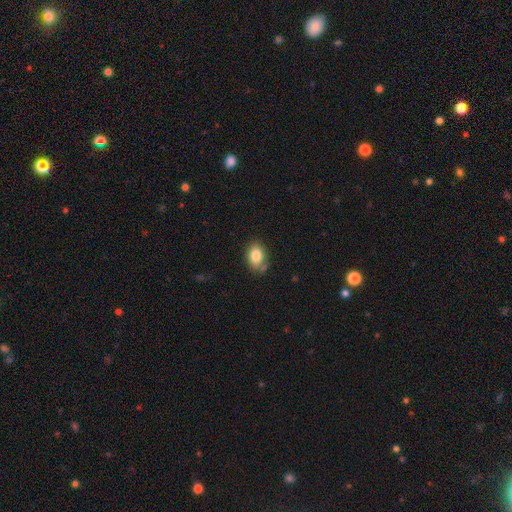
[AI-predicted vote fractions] Morphology: type=smooth (84%); roundness=in between (80%); merging=none (73%).